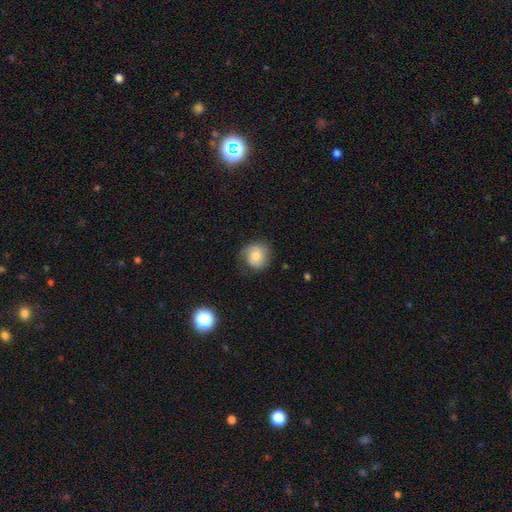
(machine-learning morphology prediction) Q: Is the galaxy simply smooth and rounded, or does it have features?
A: smooth — 72%.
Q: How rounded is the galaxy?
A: round — 85%.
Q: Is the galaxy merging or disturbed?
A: none — 71%.